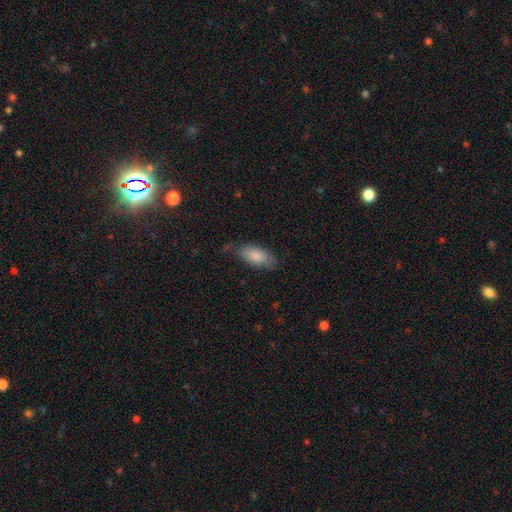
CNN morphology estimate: Smooth or featured: smooth — 85% (featured or disk — 9%)
How rounded: in between — 87% (cigar-shaped — 11%)
Merging: none — 70% (minor disturbance — 22%)